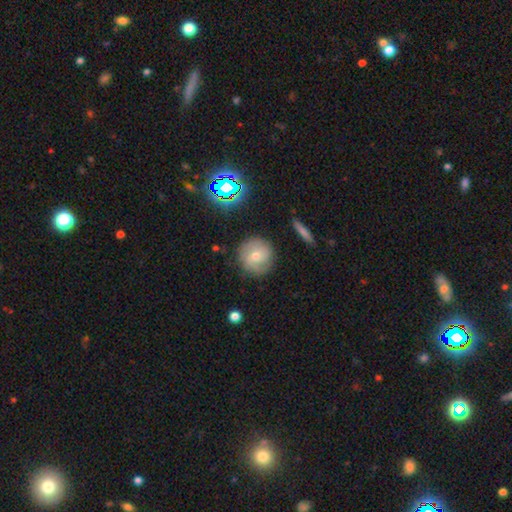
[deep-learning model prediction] A featured or disk galaxy (50%).

Vote fractions:
- Smooth or featured? featured or disk: 50% / smooth: 36% / star or artifact: 14%
- Merging? none: 82% / minor disturbance: 13% / major disturbance: 4% / merger: 2%